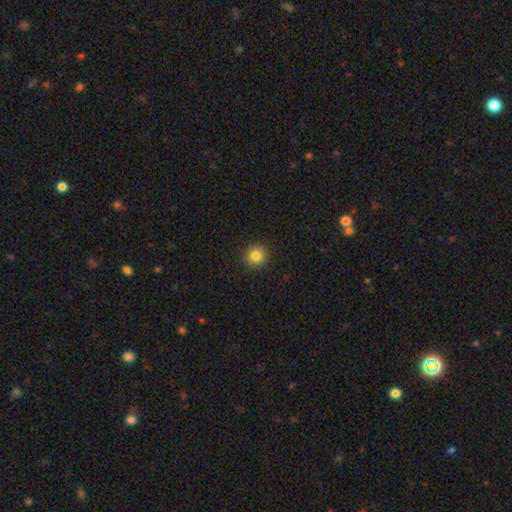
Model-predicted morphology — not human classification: type=smooth (84%); roundness=round (93%); merging=none (92%).